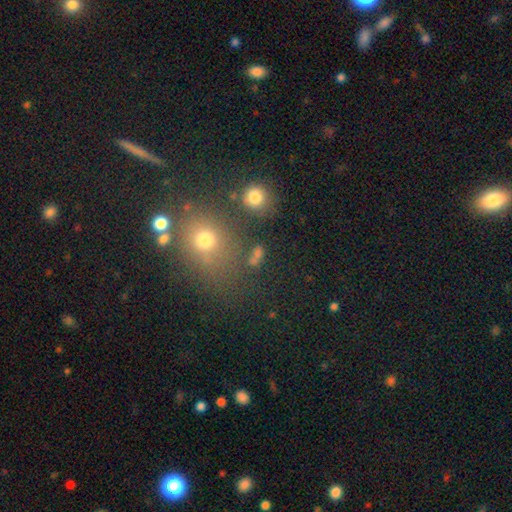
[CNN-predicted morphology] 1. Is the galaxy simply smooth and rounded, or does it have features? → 62% smooth, 27% star or artifact, 11% featured or disk.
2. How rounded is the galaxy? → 53% round, 44% in between, 4% cigar-shaped.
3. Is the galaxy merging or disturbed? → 67% none, 13% minor disturbance, 13% merger, 8% major disturbance.